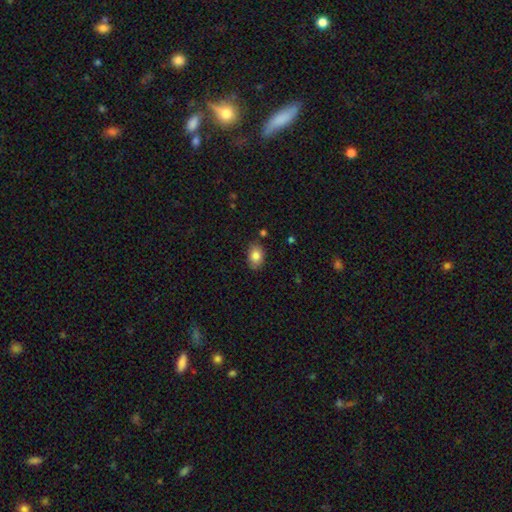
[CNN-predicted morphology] A smooth galaxy with no disk features (85%) that is in between round and cigar-shaped (81%).

Vote fractions:
- Smooth or featured? smooth: 85% / star or artifact: 8% / featured or disk: 7%
- How rounded? in between: 81% / round: 18% / cigar-shaped: 1%
- Merging? none: 82% / minor disturbance: 13% / major disturbance: 3% / merger: 2%